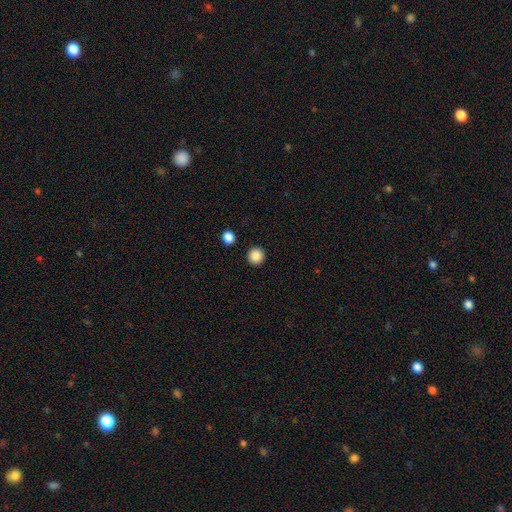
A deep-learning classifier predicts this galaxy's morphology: smooth 88%, star or artifact 9%, featured or disk 3%. Down the decision tree: how rounded — round (94%); merging — none (92%).